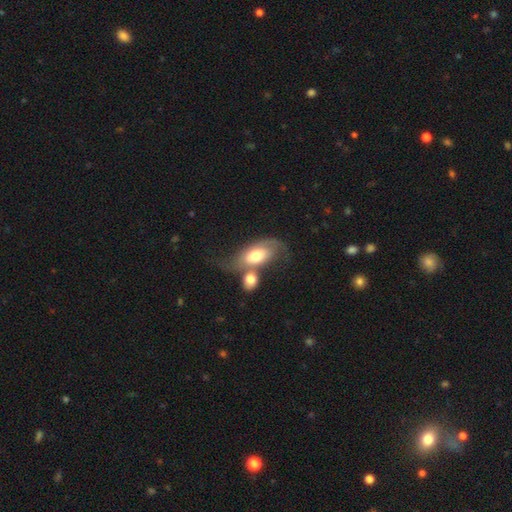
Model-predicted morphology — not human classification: type=smooth (50%); merging=merger (53%).